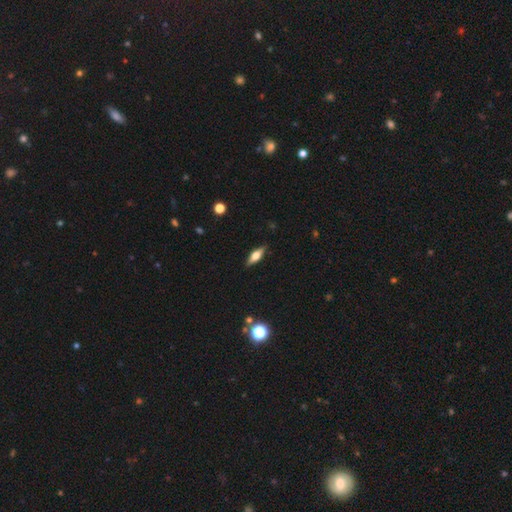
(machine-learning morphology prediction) Q: Smooth or featured?
A: featured or disk (52%); runner-up: smooth (41%)
Q: Edge-on disk?
A: yes (92%); runner-up: no (8%)
Q: Merging?
A: none (88%); runner-up: minor disturbance (9%)